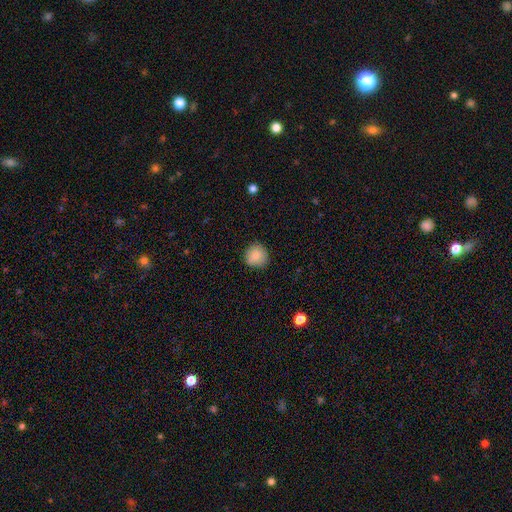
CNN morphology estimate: Q: Smooth or featured?
A: smooth (84%); runner-up: star or artifact (8%)
Q: How rounded?
A: round (91%); runner-up: in between (8%)
Q: Merging?
A: none (85%); runner-up: minor disturbance (12%)